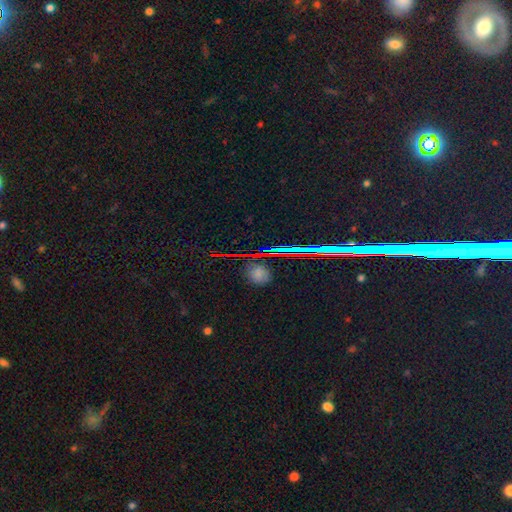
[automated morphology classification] smooth-or-featured: star or artifact: 76% | smooth: 13% | featured or disk: 12%